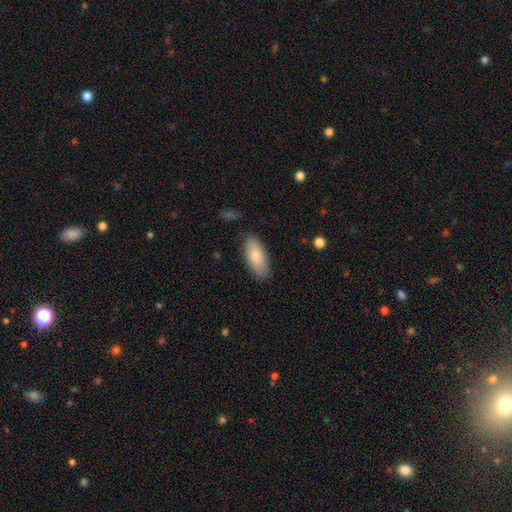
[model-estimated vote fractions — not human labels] smooth_or_featured: smooth (p=0.79) [alt: featured or disk p=0.16]
how_rounded: in between (p=0.87) [alt: cigar-shaped p=0.11]
merging: none (p=0.84) [alt: minor disturbance p=0.12]